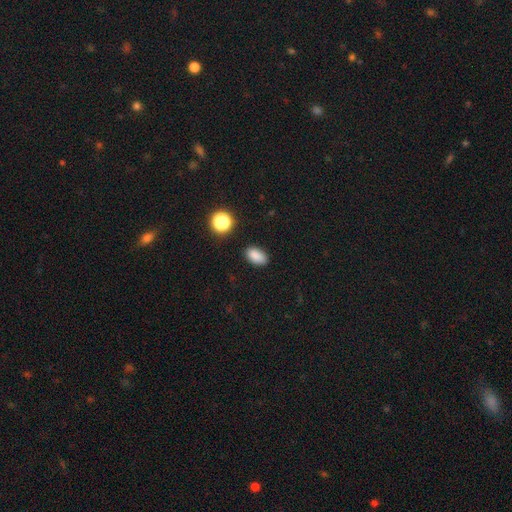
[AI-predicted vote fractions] Smooth or featured: smooth — 85% (star or artifact — 11%)
How rounded: in between — 90% (round — 8%)
Merging: none — 86% (minor disturbance — 10%)